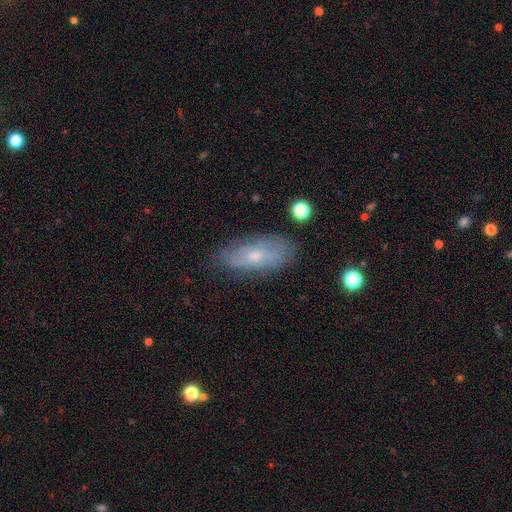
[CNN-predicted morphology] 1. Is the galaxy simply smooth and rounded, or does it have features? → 48% featured or disk, 44% smooth, 8% star or artifact.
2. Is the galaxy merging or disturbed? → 75% none, 19% minor disturbance, 5% major disturbance, 2% merger.